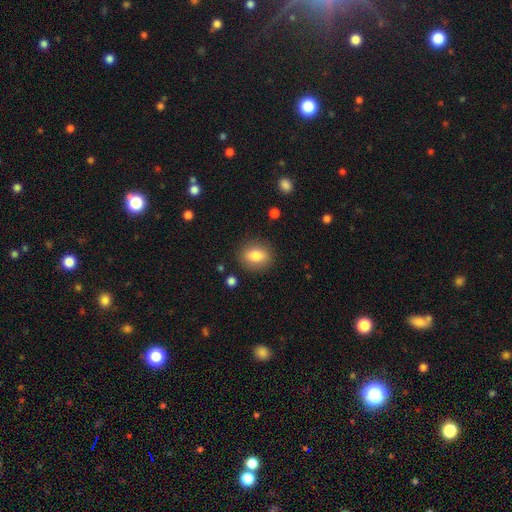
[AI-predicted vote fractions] smooth_or_featured: smooth (p=0.79) [alt: featured or disk p=0.12]
how_rounded: in between (p=0.57) [alt: round p=0.40]
merging: none (p=0.86) [alt: minor disturbance p=0.10]